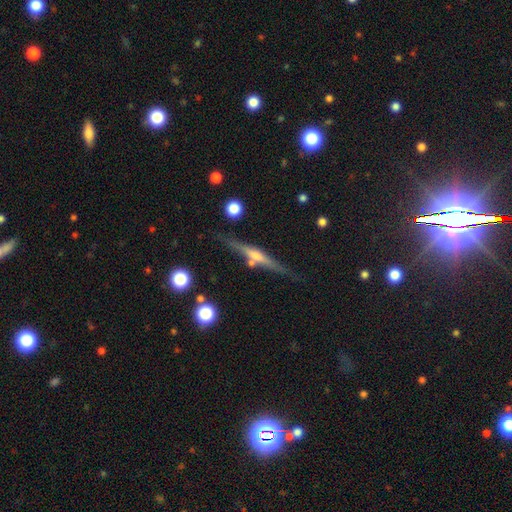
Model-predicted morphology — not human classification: The model was most divided on "edge-on bulge": rounded: 68%, none: 21%, boxy: 11%. More confident: edge-on disk — yes (97%); merging — none (81%); smooth or featured — featured or disk (71%).